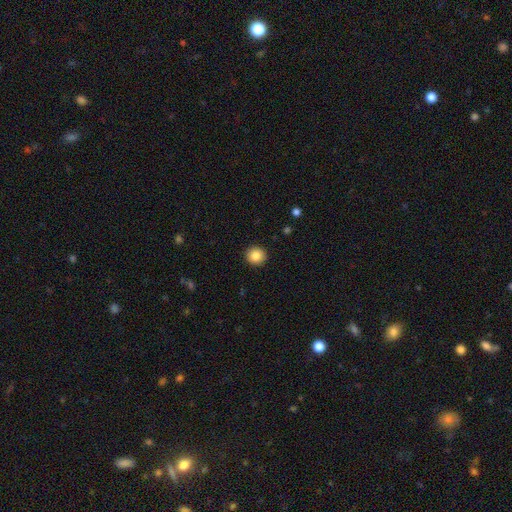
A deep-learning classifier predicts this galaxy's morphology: This is clearly a smooth galaxy (85%). How rounded: clearly round (92%). Merging: clearly none (93%).